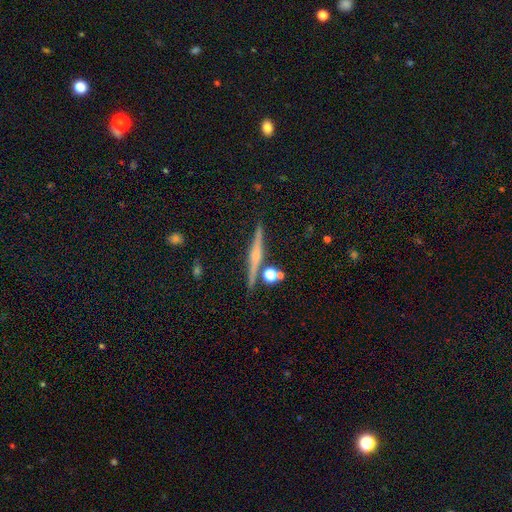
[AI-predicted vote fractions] Smooth or featured?
  - featured or disk: 73% *
  - smooth: 18%
  - star or artifact: 9%
Edge-on disk?
  - yes: 98% *
  - no: 2%
Edge-on bulge?
  - rounded: 72% *
  - none: 18%
  - boxy: 11%
Merging?
  - none: 87% *
  - minor disturbance: 7%
  - merger: 4%
  - major disturbance: 2%